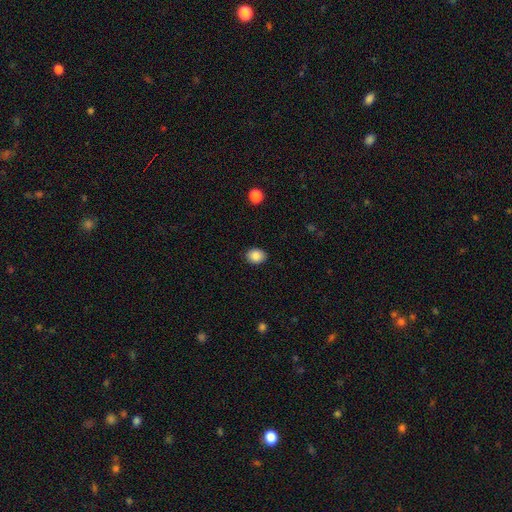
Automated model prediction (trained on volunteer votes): Smooth or featured? Predicted: smooth (p=0.86). How rounded? Predicted: in between (p=0.56). Merging? Predicted: none (p=0.87).